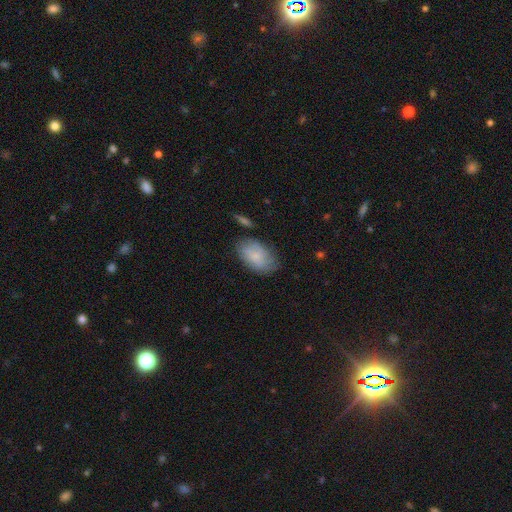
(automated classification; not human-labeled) Smooth or featured? smooth (76%)
How rounded? in between (92%)
Merging? none (67%)